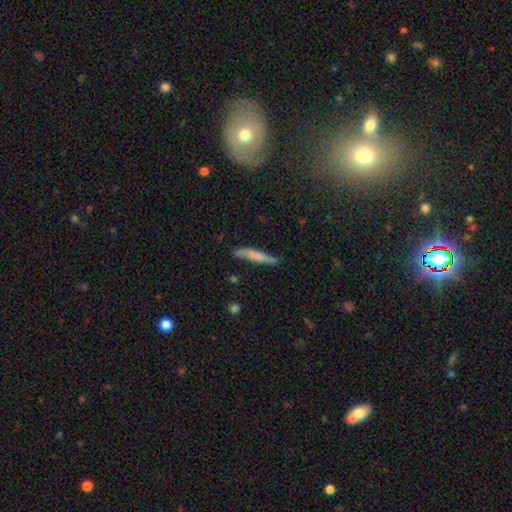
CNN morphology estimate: Smooth or featured? smooth (68%)
How rounded? cigar-shaped (92%)
Merging? none (76%)